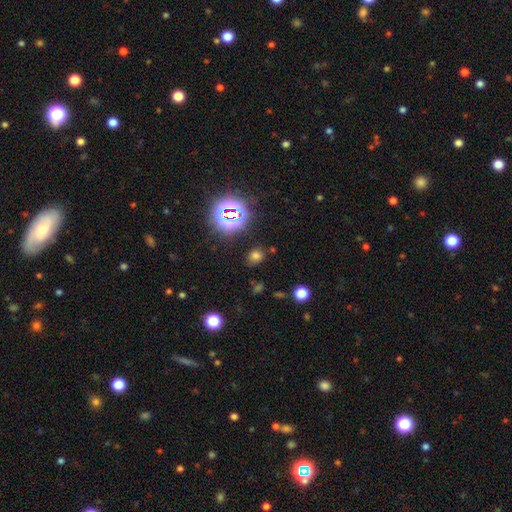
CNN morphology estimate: The model was most divided on "how rounded": round: 55%, in between: 44%, cigar-shaped: 1%. More confident: merging — none (81%); smooth or featured — smooth (64%).